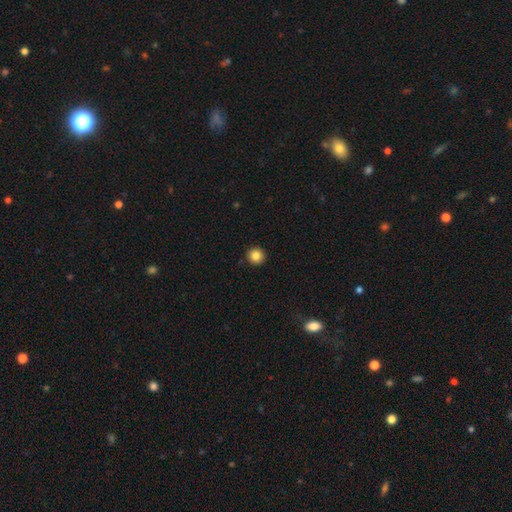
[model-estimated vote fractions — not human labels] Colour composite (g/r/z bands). It shows a smooth galaxy with no disk features (84%) that is round (96%). Merging: none (93%).